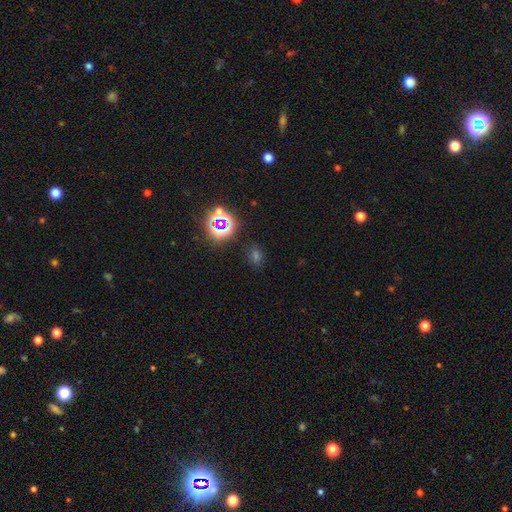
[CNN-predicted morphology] Smooth or featured?
  - star or artifact: 47% *
  - smooth: 45%
  - featured or disk: 8%